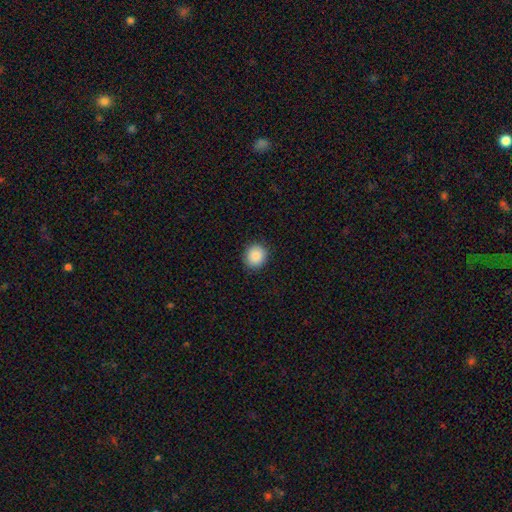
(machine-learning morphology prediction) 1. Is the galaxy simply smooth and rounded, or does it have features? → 87% smooth, 8% star or artifact, 4% featured or disk.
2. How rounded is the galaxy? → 86% round, 13% in between, 1% cigar-shaped.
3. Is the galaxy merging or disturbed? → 90% none, 7% minor disturbance, 2% major disturbance, 1% merger.